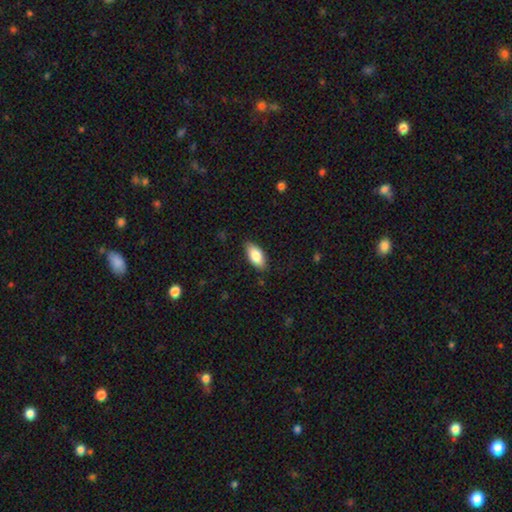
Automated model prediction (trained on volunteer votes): Smooth or featured? smooth (83%)
How rounded? in between (89%)
Merging? none (85%)